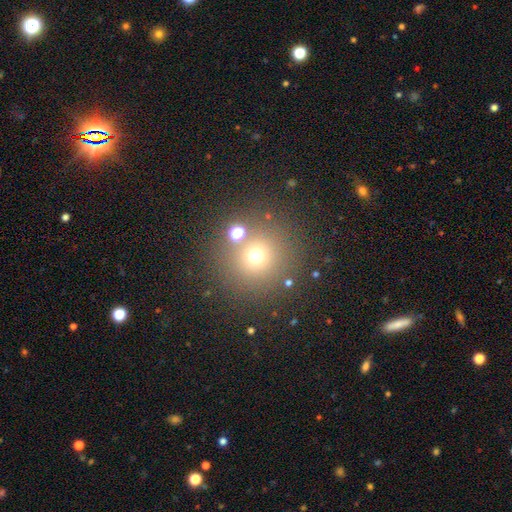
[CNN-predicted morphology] Q: Smooth or featured?
A: smooth (66%); runner-up: star or artifact (24%)
Q: How rounded?
A: round (93%); runner-up: in between (6%)
Q: Merging?
A: none (80%); runner-up: merger (8%)